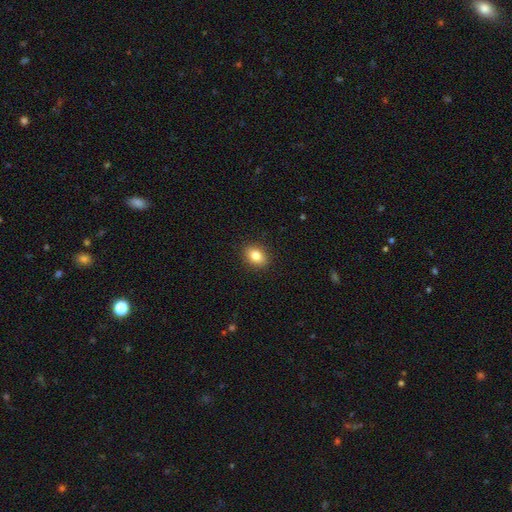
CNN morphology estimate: type=smooth (83%); roundness=in between (70%); merging=none (90%).